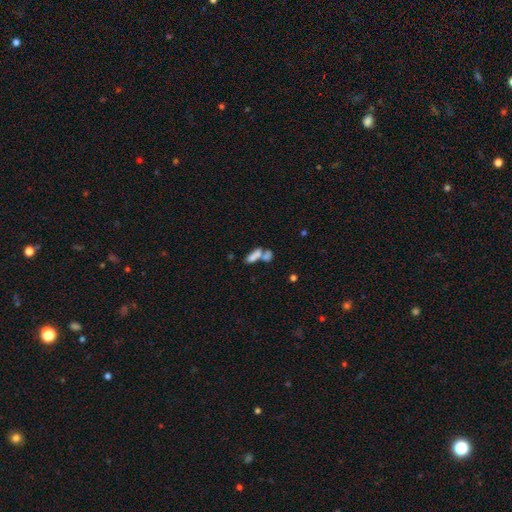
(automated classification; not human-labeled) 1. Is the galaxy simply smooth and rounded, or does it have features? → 71% smooth, 19% featured or disk, 10% star or artifact.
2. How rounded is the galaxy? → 68% in between, 26% cigar-shaped, 6% round.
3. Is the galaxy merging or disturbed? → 60% merger, 27% none, 8% minor disturbance, 6% major disturbance.